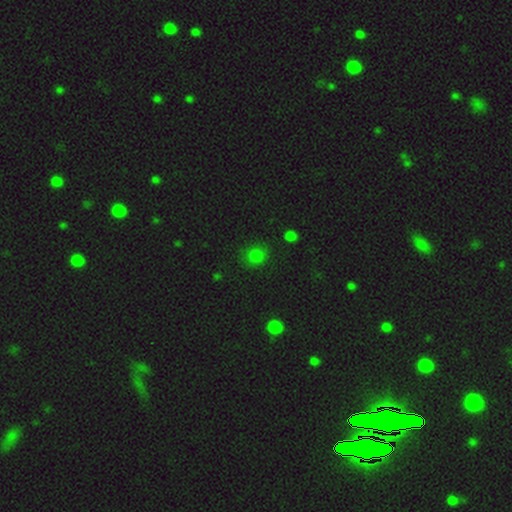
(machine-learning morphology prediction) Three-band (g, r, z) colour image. It shows a smooth galaxy with no disk features (77%) that is round (80%). Merging: none (82%).